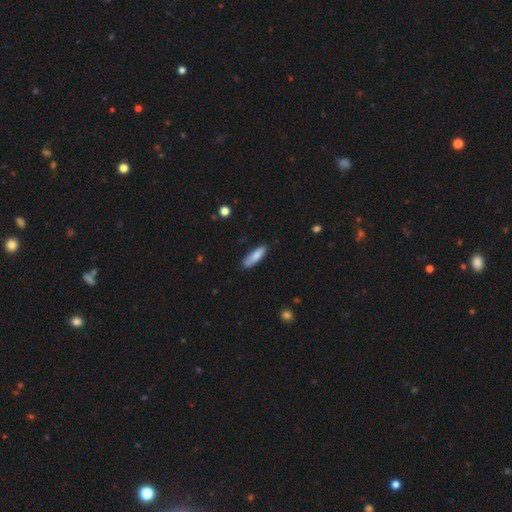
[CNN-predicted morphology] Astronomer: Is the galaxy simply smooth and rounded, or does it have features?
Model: smooth — 84%.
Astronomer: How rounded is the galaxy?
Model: cigar-shaped — 67%.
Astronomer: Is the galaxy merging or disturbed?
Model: none — 82%.